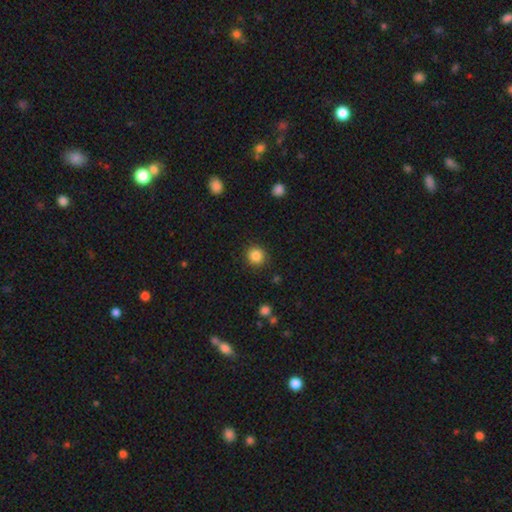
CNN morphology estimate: A smooth galaxy with no disk features (86%) that is round (92%). Merging: none (90%).